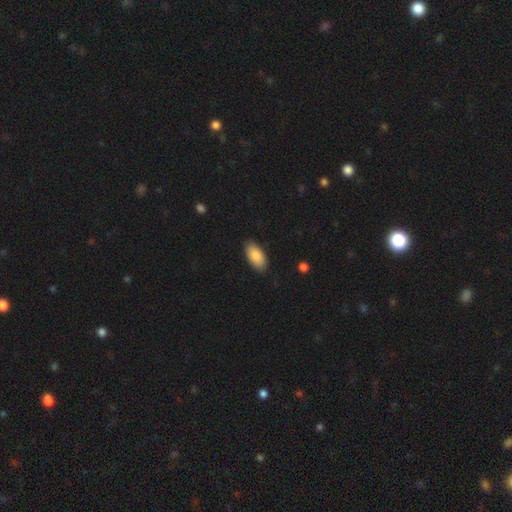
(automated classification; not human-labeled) smooth_or_featured: smooth (p=0.87) [alt: featured or disk p=0.06]
how_rounded: in between (p=0.94) [alt: cigar-shaped p=0.04]
merging: none (p=0.85) [alt: minor disturbance p=0.11]